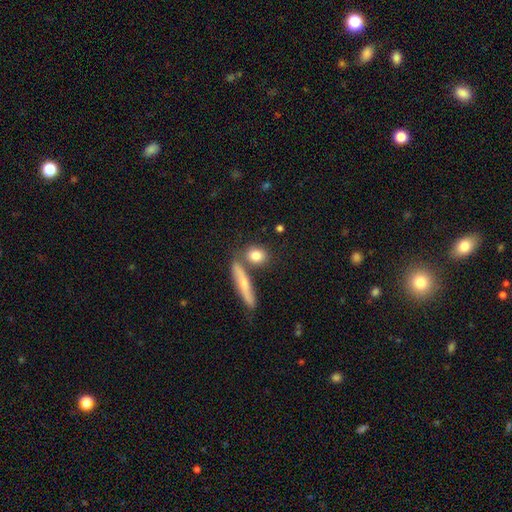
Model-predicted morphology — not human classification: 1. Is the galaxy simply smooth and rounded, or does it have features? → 78% smooth, 14% featured or disk, 8% star or artifact.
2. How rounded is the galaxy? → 47% round, 40% in between, 13% cigar-shaped.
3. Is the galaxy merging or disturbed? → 66% none, 19% merger, 11% minor disturbance, 4% major disturbance.